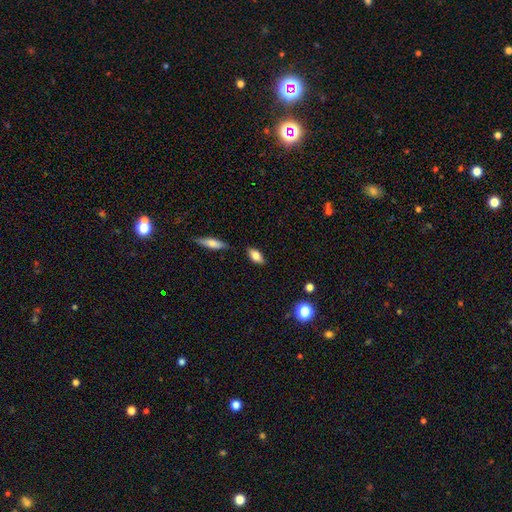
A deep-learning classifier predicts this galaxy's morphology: A smooth galaxy with no disk features (78%) that is in between round and cigar-shaped (86%).

Vote fractions:
- Smooth or featured? smooth: 78% / featured or disk: 15% / star or artifact: 8%
- How rounded? in between: 86% / cigar-shaped: 10% / round: 4%
- Merging? none: 83% / minor disturbance: 11% / merger: 3% / major disturbance: 2%